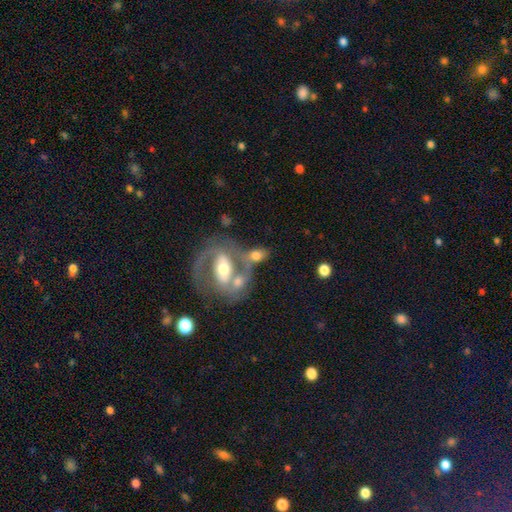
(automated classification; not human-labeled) smooth-or-featured: featured or disk: 50% | smooth: 42% | star or artifact: 8%
  disk-edge-on: no: 90% | yes: 10%
  merging: merger: 46% | none: 32% | minor disturbance: 12% | major disturbance: 10%